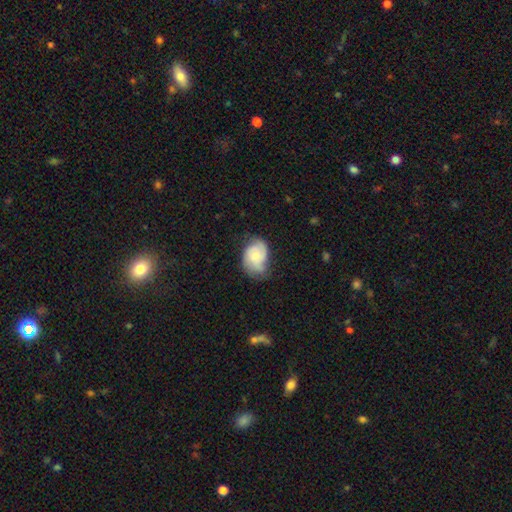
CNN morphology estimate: smooth_or_featured: featured or disk (p=0.54) [alt: smooth p=0.39]
disk_edge_on: no (p=0.97) [alt: yes p=0.03]
bar: no (p=0.72) [alt: weak p=0.24]
has_spiral_arms: yes (p=0.88) [alt: no p=0.12]
bulge_size: small (p=0.47) [alt: moderate p=0.45]
merging: none (p=0.52) [alt: minor disturbance p=0.33]